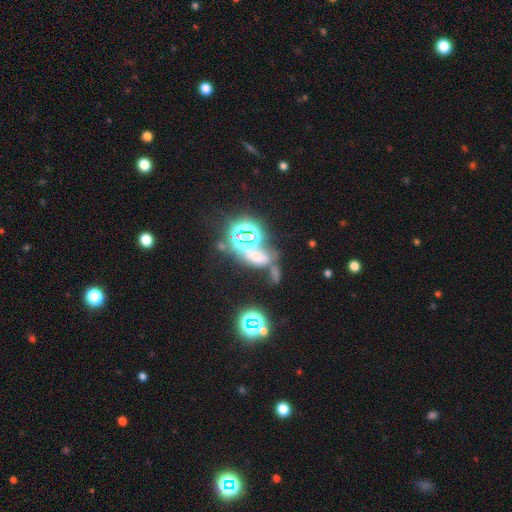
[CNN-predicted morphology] Smooth or featured: star or artifact — 48% (smooth — 34%)